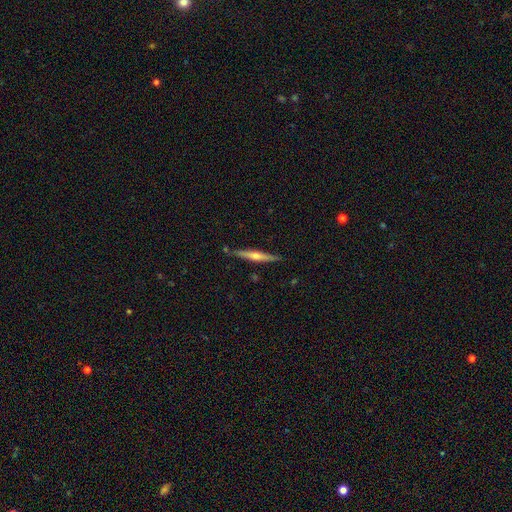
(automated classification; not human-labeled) This appears to be a featured or disk galaxy (65%) viewed edge-on (97%) with a rounded central bulge (85%). Merging: none (86%).